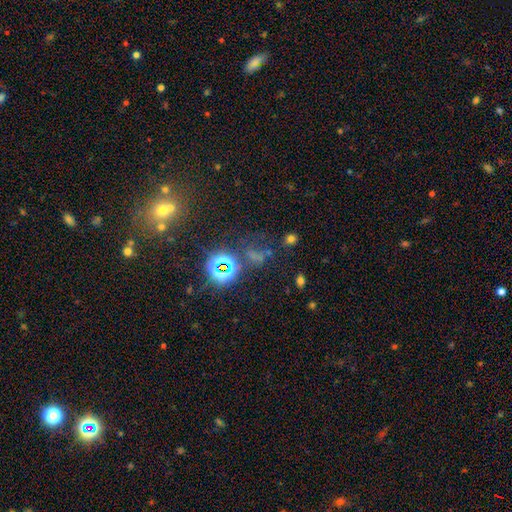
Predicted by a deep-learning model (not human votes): Smooth or featured? star or artifact (60%)